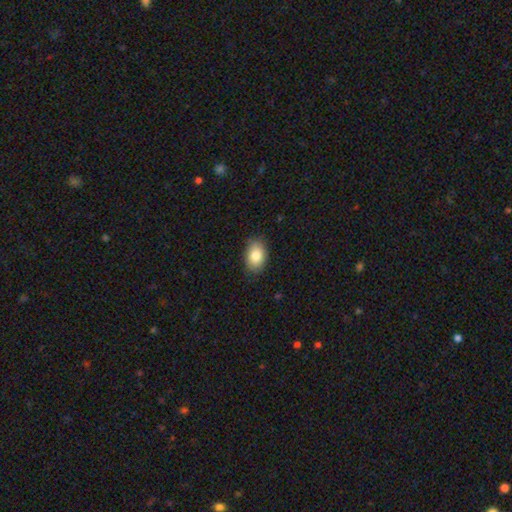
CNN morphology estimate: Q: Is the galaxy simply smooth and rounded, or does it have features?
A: smooth — 84%.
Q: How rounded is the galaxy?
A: in between — 86%.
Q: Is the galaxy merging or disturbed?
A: none — 84%.